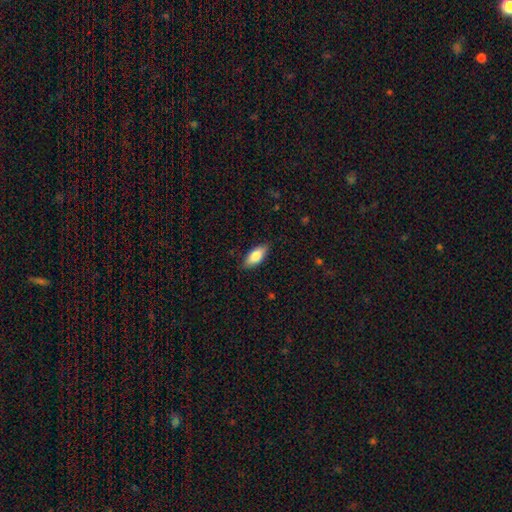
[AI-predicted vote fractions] smooth_or_featured: smooth (p=0.82) [alt: featured or disk p=0.12]
how_rounded: in between (p=0.86) [alt: cigar-shaped p=0.12]
merging: none (p=0.86) [alt: minor disturbance p=0.11]